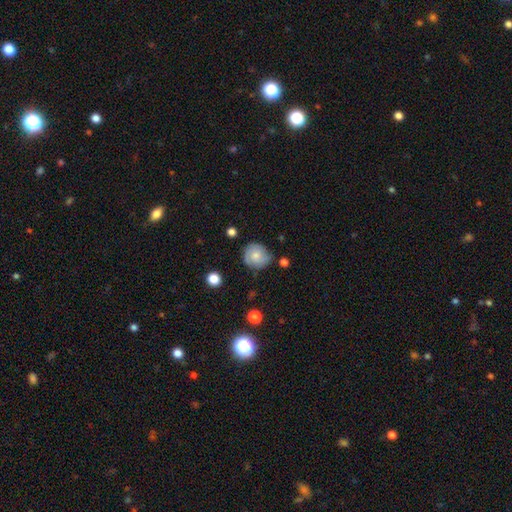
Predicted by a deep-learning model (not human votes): This appears to be a smooth galaxy with no disk features (58%) that is round (84%). Merging: none (69%).